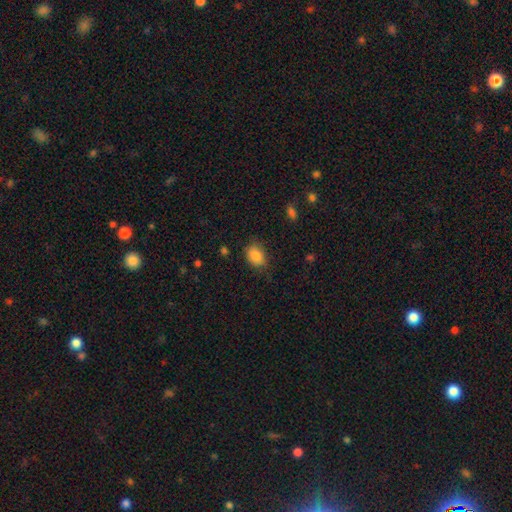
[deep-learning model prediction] Q: Smooth or featured?
A: smooth (86%); runner-up: star or artifact (8%)
Q: How rounded?
A: in between (73%); runner-up: round (26%)
Q: Merging?
A: none (75%); runner-up: minor disturbance (20%)